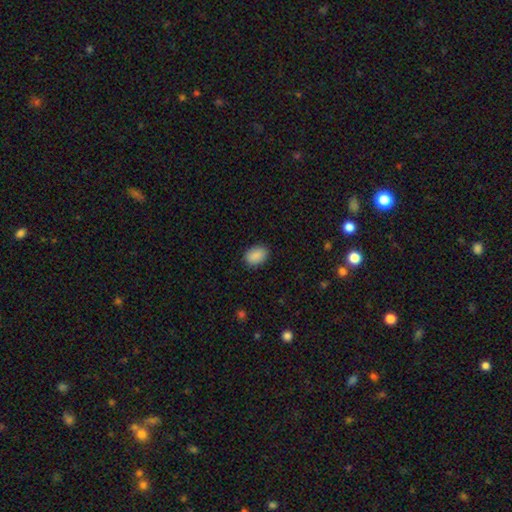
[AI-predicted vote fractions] Overall: smooth (90%). How rounded: in between (79%). Merging: none (88%).